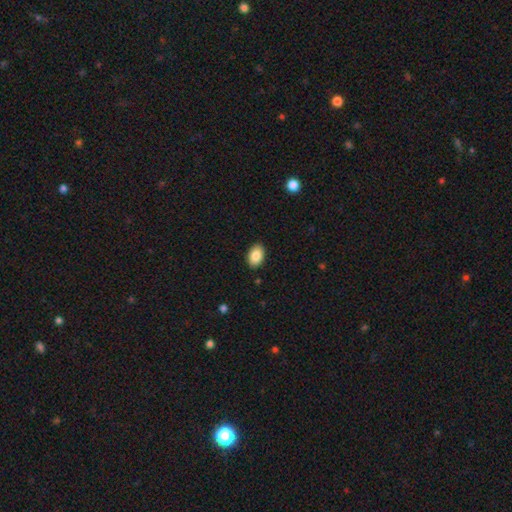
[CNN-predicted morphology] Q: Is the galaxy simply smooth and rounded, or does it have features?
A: smooth — 87%.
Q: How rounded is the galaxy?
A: in between — 90%.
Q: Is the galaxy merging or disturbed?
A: none — 89%.